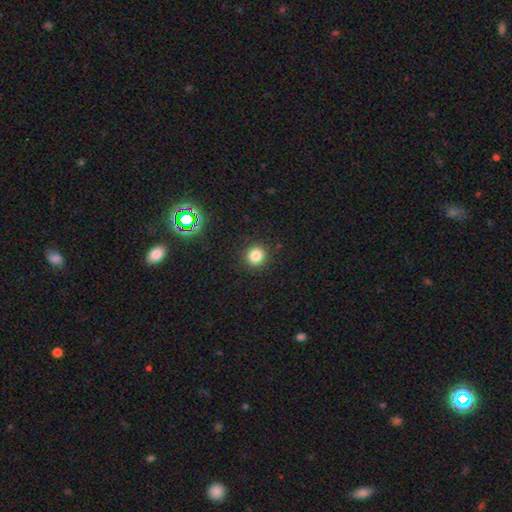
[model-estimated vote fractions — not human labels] The model was most divided on "smooth or featured": smooth: 82%, star or artifact: 13%, featured or disk: 5%. More confident: merging — none (90%); how rounded — round (88%).